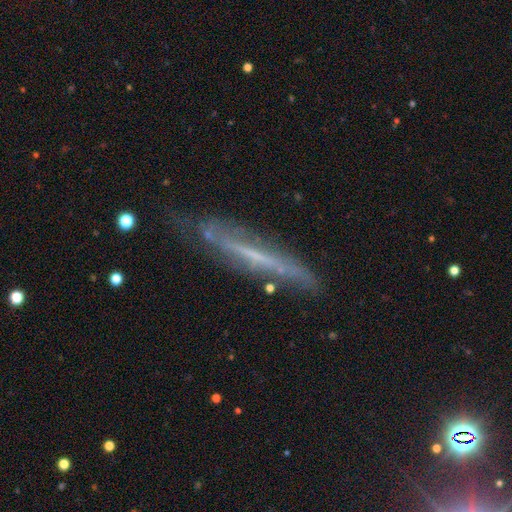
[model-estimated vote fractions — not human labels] Morphology: type=featured or disk (67%); edge-on=yes (76%); edge-on bulge=none (78%); merging=none (65%).